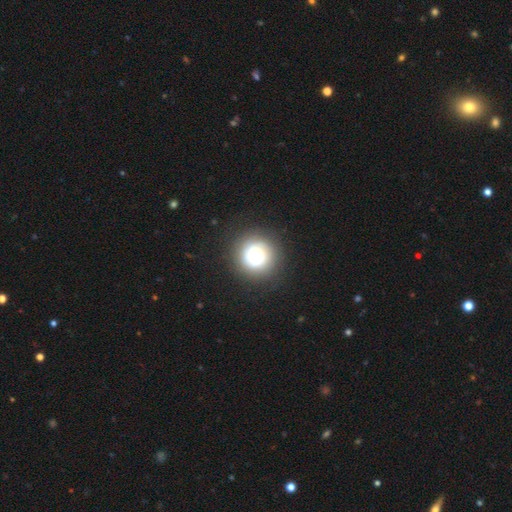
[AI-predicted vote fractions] This appears to be a smooth galaxy with no disk features (67%) that is round (94%). Merging: none (86%).